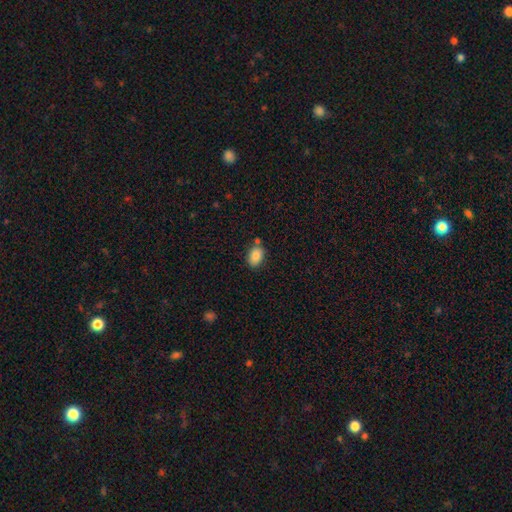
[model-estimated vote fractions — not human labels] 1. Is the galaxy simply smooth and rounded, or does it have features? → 86% smooth, 8% star or artifact, 6% featured or disk.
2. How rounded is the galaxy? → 81% in between, 17% round, 1% cigar-shaped.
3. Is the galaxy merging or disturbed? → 74% none, 14% minor disturbance, 9% merger, 3% major disturbance.